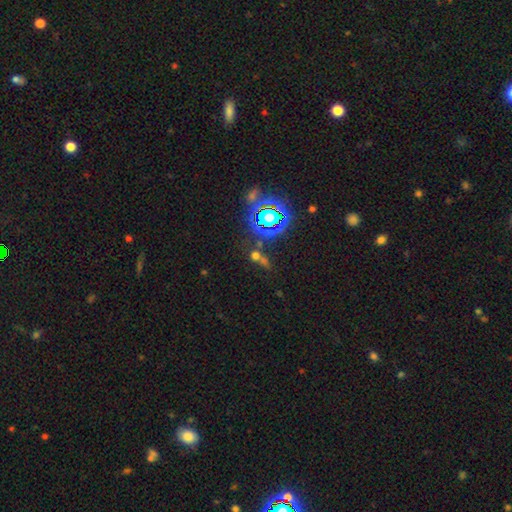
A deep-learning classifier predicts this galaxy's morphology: Smooth or featured? smooth (44%, tied with star or artifact)
Merging? none (48%)